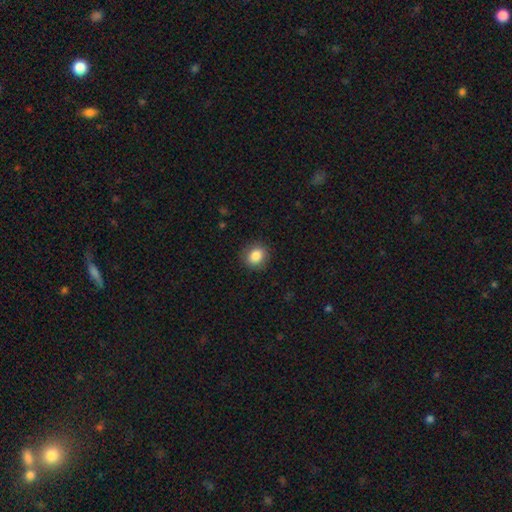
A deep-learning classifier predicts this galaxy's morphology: This is clearly a smooth galaxy (86%). How rounded: likely round (69%). Merging: clearly none (88%).